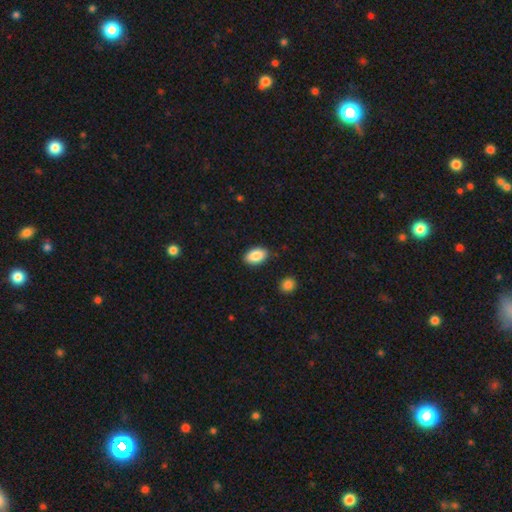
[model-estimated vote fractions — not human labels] The model was most divided on "merging": none: 88%, minor disturbance: 9%, major disturbance: 2%, merger: 2%. More confident: how rounded — in between (92%); smooth or featured — smooth (86%).